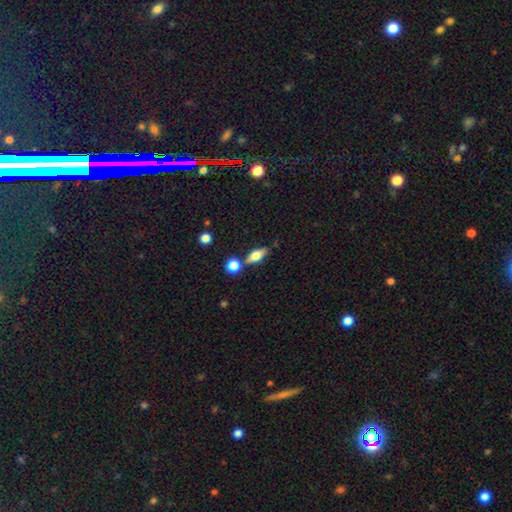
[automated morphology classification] Q: Smooth or featured?
A: smooth (53%); runner-up: featured or disk (38%)
Q: How rounded?
A: in between (66%); runner-up: cigar-shaped (26%)
Q: Merging?
A: none (73%); runner-up: minor disturbance (12%)